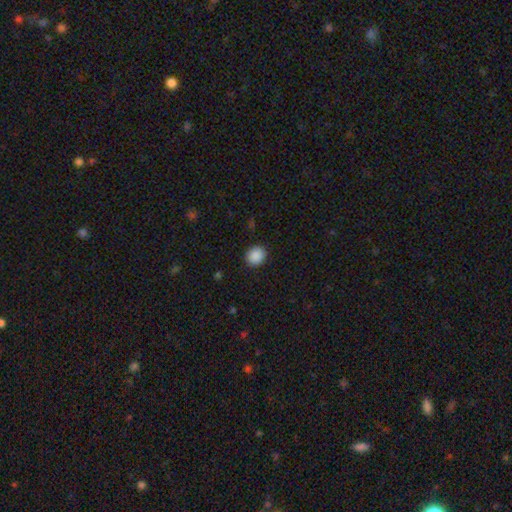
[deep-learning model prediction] Overall: smooth (89%). How rounded: round (78%). Merging: none (90%).